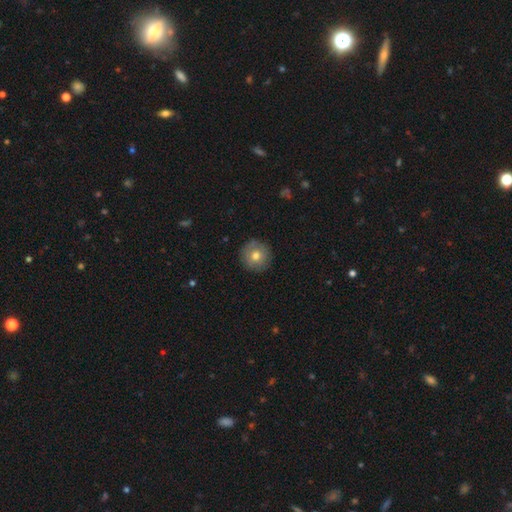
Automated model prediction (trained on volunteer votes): This is likely a smooth galaxy (73%). How rounded: clearly round (95%). Merging: clearly none (89%).